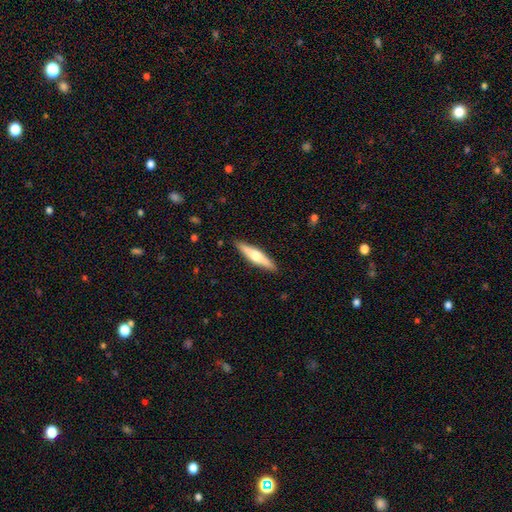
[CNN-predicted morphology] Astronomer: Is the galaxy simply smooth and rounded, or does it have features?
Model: featured or disk — 50% (runner-up: smooth, 45%).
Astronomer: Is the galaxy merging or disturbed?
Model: none — 89%.